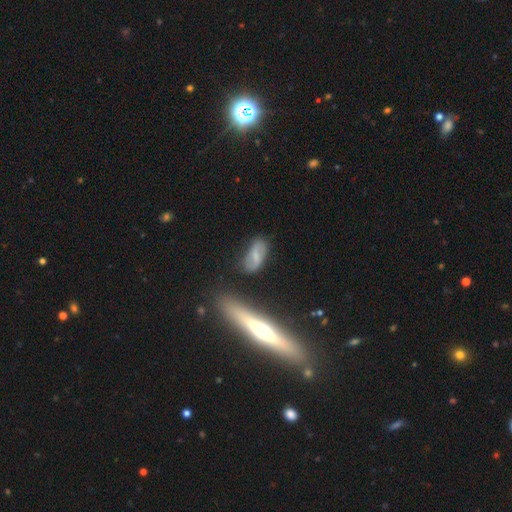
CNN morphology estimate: smooth_or_featured: smooth (p=0.53) [alt: featured or disk p=0.38]
how_rounded: in between (p=0.84) [alt: cigar-shaped p=0.11]
merging: none (p=0.70) [alt: minor disturbance p=0.20]